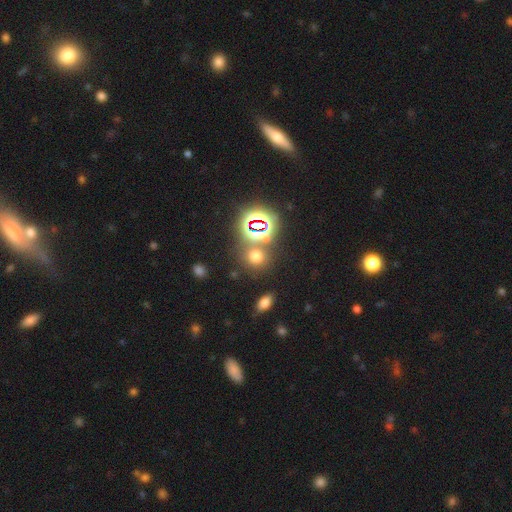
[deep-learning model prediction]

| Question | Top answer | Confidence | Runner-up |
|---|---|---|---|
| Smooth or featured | smooth | 57% | star or artifact (35%) |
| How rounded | round | 81% | in between (18%) |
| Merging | none | 74% | merger (13%) |